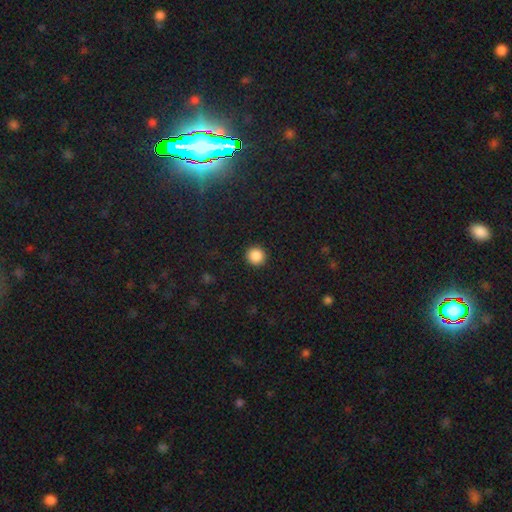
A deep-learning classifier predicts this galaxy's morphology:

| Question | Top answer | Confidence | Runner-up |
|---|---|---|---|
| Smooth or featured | smooth | 87% | star or artifact (10%) |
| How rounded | round | 95% | in between (4%) |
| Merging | none | 92% | minor disturbance (5%) |